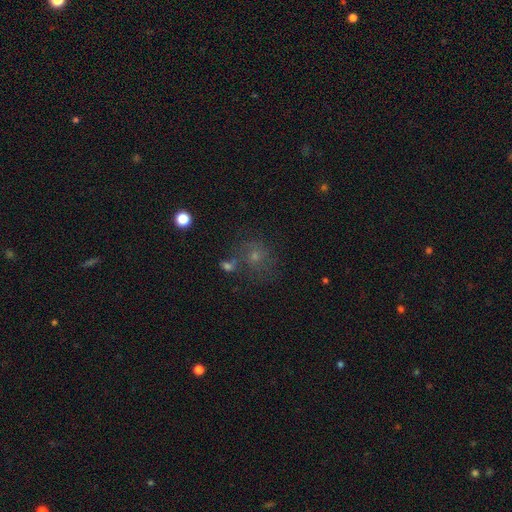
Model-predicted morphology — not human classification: smooth-or-featured: smooth: 44% | featured or disk: 31% | star or artifact: 25%
  merging: none: 57% | minor disturbance: 17% | merger: 13% | major disturbance: 13%